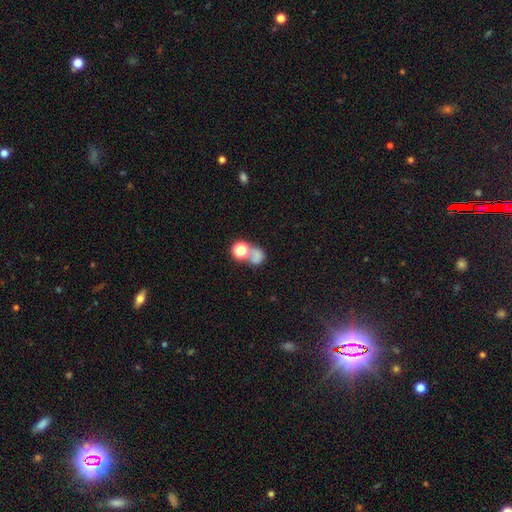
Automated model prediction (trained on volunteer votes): Smooth or featured? Predicted: smooth (p=0.64). How rounded? Predicted: round (p=0.64). Merging? Predicted: merger (p=0.48).